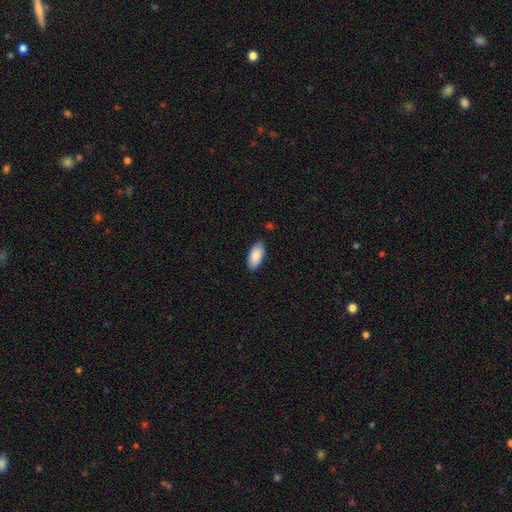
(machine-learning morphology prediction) smooth_or_featured: smooth (p=0.87) [alt: featured or disk p=0.07]
how_rounded: in between (p=0.92) [alt: cigar-shaped p=0.07]
merging: none (p=0.87) [alt: minor disturbance p=0.10]